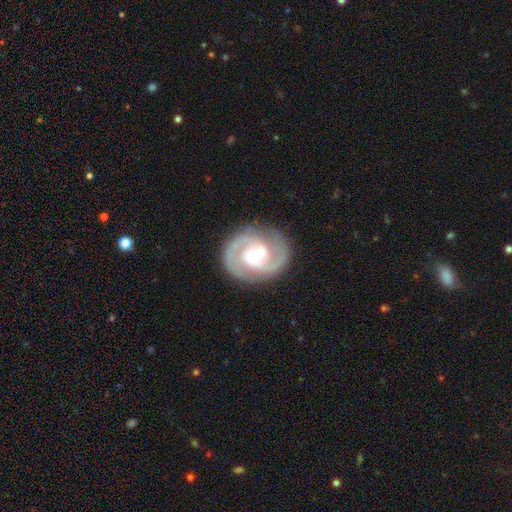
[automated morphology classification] Smooth or featured? Predicted: featured or disk (p=0.88). Edge-on disk? Predicted: no (p=0.98). Bar? Predicted: weak (p=0.47). Spiral arms? Predicted: yes (p=0.96). Spiral winding? Predicted: tight (p=0.48). Spiral arm count? Predicted: 2 (p=0.89). Bulge size? Predicted: moderate (p=0.67). Merging? Predicted: none (p=0.86).